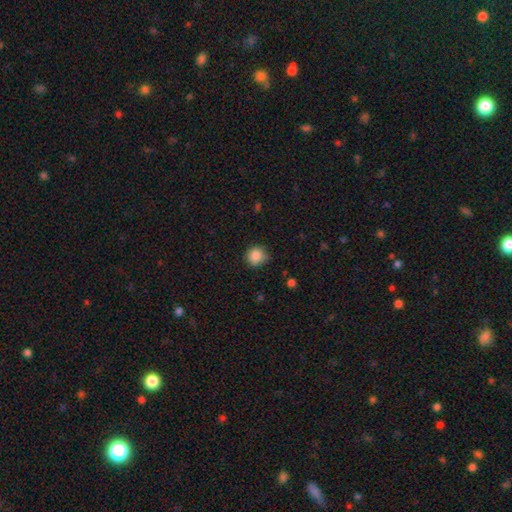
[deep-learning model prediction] smooth_or_featured: smooth (p=0.86) [alt: star or artifact p=0.10]
how_rounded: round (p=0.89) [alt: in between p=0.10]
merging: none (p=0.77) [alt: minor disturbance p=0.19]